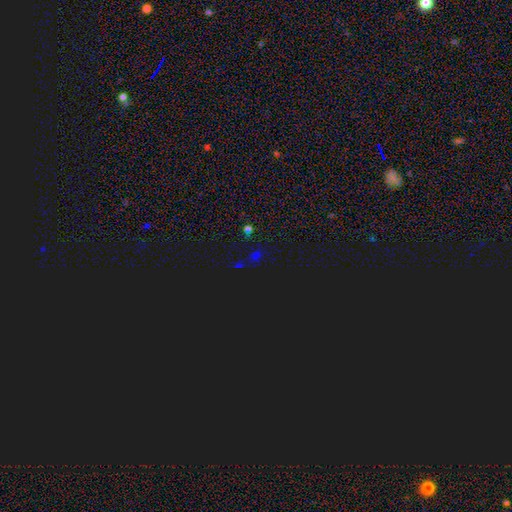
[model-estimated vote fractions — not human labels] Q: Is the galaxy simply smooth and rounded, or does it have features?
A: star or artifact — 65%.